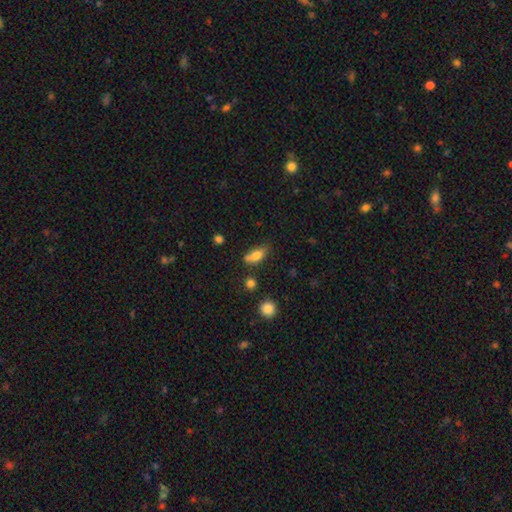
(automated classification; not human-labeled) Morphology: type=smooth (79%); roundness=in between (81%); merging=none (50%).